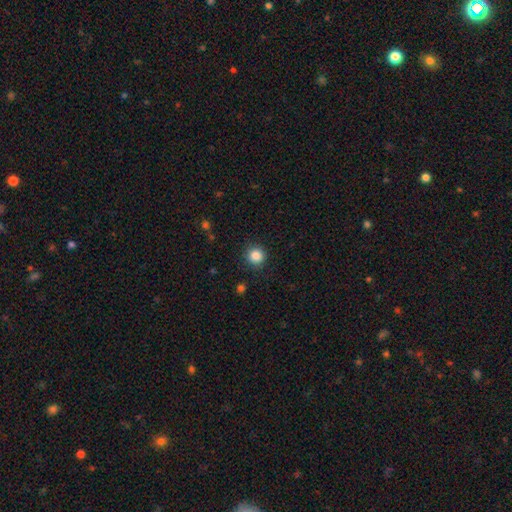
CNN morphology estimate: Smooth or featured: smooth — 86% (star or artifact — 10%)
How rounded: round — 94% (in between — 5%)
Merging: none — 89% (minor disturbance — 7%)